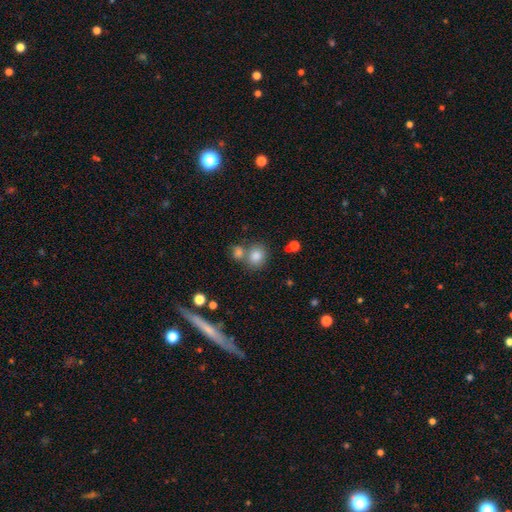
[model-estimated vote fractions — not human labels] A smooth galaxy with no disk features (81%) that is round (72%). Merging: none (56%).